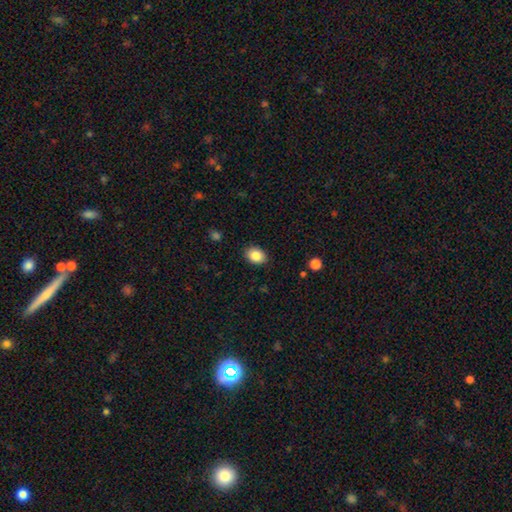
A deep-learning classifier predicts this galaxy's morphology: smooth_or_featured: smooth (p=0.86) [alt: star or artifact p=0.09]
how_rounded: in between (p=0.61) [alt: round p=0.38]
merging: none (p=0.87) [alt: minor disturbance p=0.09]